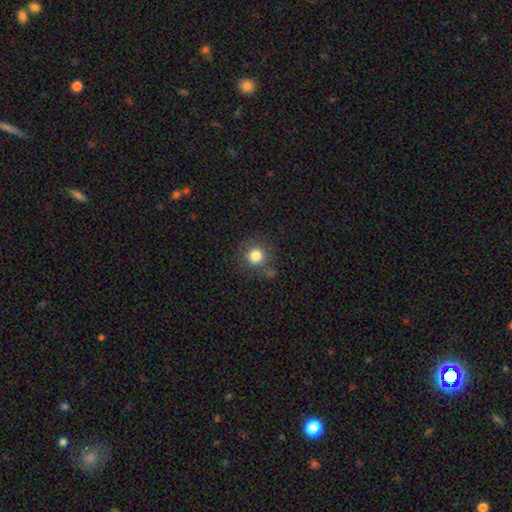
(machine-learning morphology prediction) smooth_or_featured: smooth (p=0.82) [alt: star or artifact p=0.11]
how_rounded: round (p=0.93) [alt: in between p=0.06]
merging: none (p=0.77) [alt: minor disturbance p=0.12]